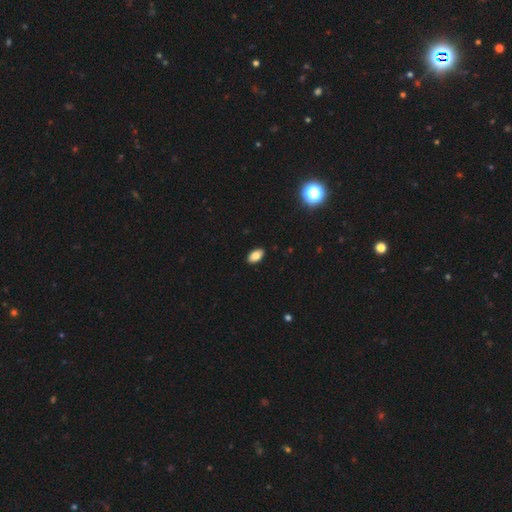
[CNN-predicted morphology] Smooth or featured: smooth — 82% (featured or disk — 9%)
How rounded: in between — 93% (round — 5%)
Merging: none — 90% (minor disturbance — 7%)